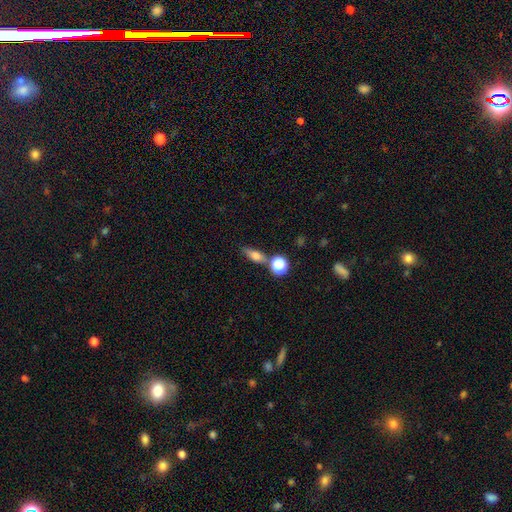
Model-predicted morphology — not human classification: The model was most divided on "how rounded": in between: 53%, cigar-shaped: 28%, round: 19%. More confident: smooth or featured — smooth (68%); merging — none (65%).